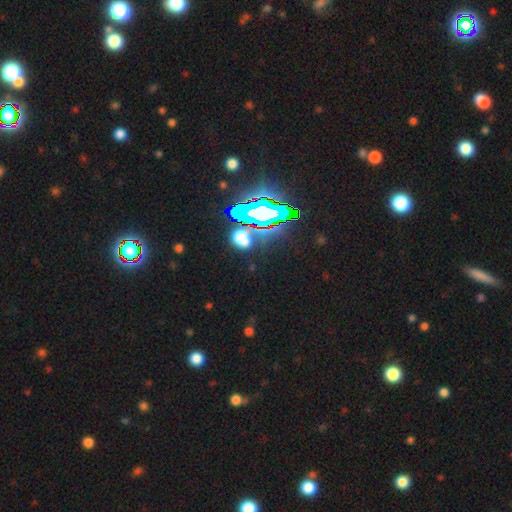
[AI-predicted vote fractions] Smooth or featured? star or artifact (84%)